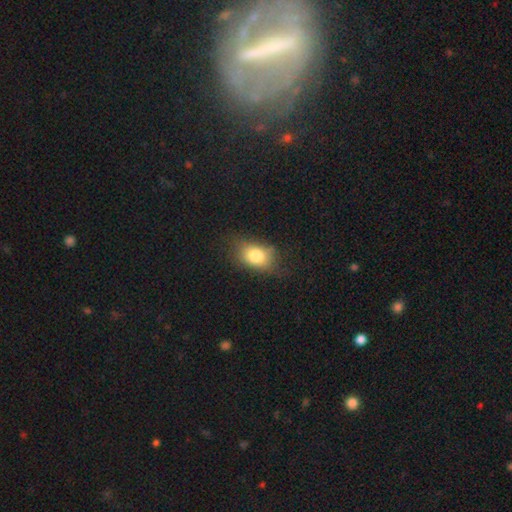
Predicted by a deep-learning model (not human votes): The model was most divided on "merging": none: 62%, minor disturbance: 26%, major disturbance: 10%, merger: 2%. More confident: smooth or featured — smooth (78%); how rounded — in between (75%).